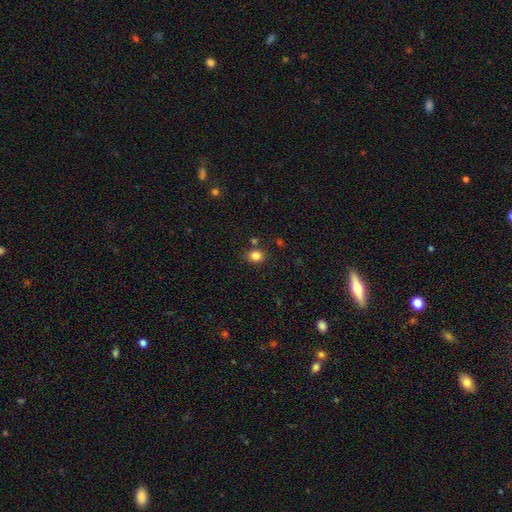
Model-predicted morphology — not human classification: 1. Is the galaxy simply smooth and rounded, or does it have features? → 84% smooth, 12% star or artifact, 5% featured or disk.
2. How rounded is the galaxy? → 60% round, 39% in between, 1% cigar-shaped.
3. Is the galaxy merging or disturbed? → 81% none, 10% minor disturbance, 6% merger, 3% major disturbance.